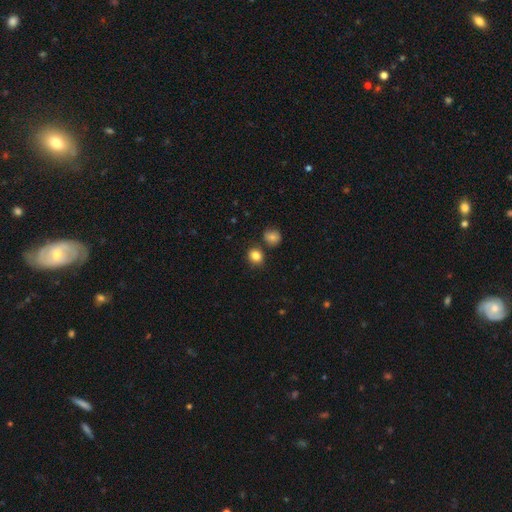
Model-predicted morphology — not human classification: A smooth galaxy with no disk features (84%) that is round (70%). Merging: none (77%).